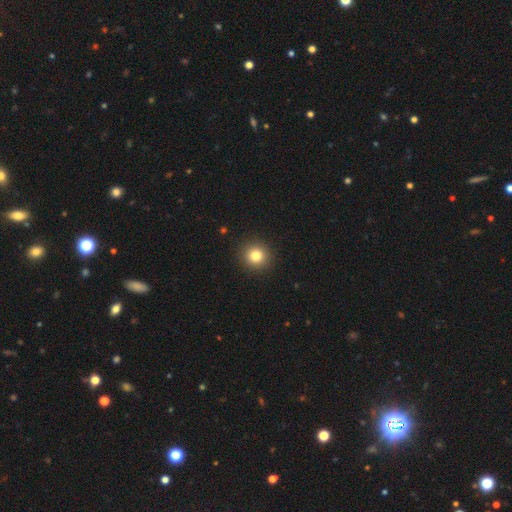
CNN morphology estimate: Smooth or featured? Predicted: smooth (p=0.81). How rounded? Predicted: round (p=0.93). Merging? Predicted: none (p=0.92).